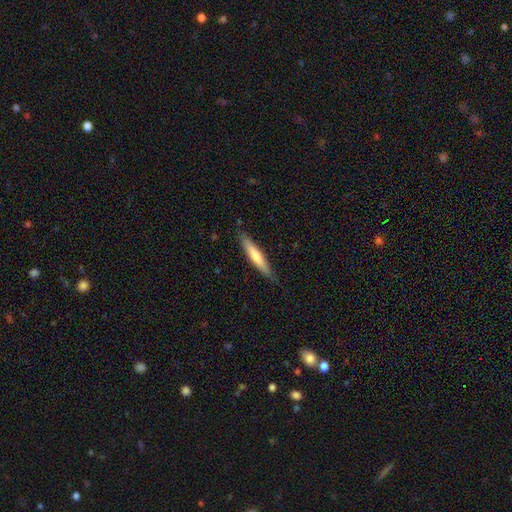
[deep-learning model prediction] A smooth galaxy with no disk features (55%) that is cigar-shaped (92%). Merging: none (87%).